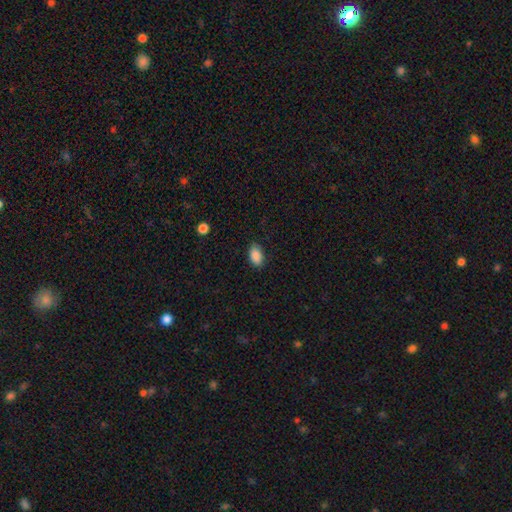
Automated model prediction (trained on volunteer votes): A smooth galaxy with no disk features (88%) that is in between round and cigar-shaped (91%). Merging: none (85%).